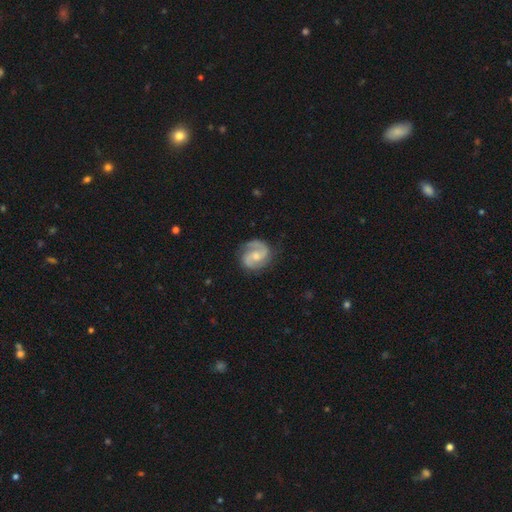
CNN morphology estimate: type=featured or disk (85%); edge-on=no (98%); bar=no (52%); spiral arms=yes (97%); winding=medium (53%); arm count=2 (88%); bulge=moderate (47%); merging=none (77%).